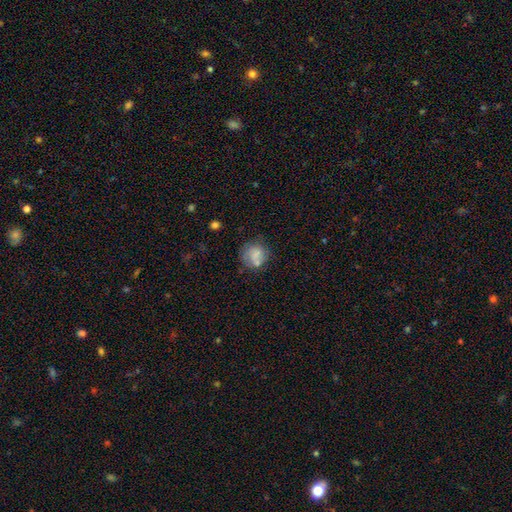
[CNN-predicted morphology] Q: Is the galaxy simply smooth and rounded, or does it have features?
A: smooth — 69%.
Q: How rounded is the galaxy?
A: round — 82%.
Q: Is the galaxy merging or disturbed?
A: none — 57%.